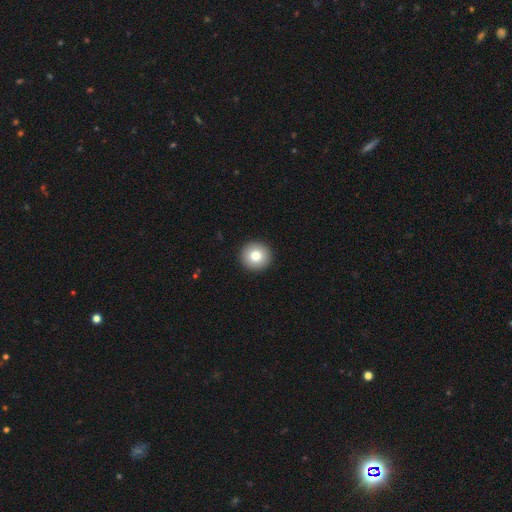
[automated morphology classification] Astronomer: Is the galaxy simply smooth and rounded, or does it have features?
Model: smooth — 80%.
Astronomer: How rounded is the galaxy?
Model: round — 95%.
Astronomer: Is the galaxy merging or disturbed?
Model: none — 94%.